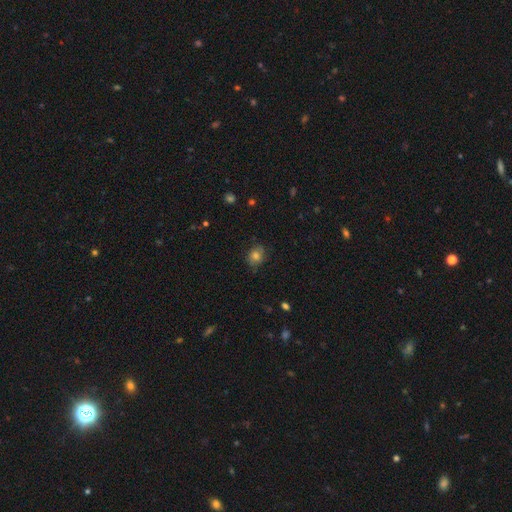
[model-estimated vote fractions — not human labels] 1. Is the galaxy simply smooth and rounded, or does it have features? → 77% smooth, 12% star or artifact, 10% featured or disk.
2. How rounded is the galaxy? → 55% round, 44% in between, 1% cigar-shaped.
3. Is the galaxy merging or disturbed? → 78% none, 17% minor disturbance, 4% major disturbance, 1% merger.